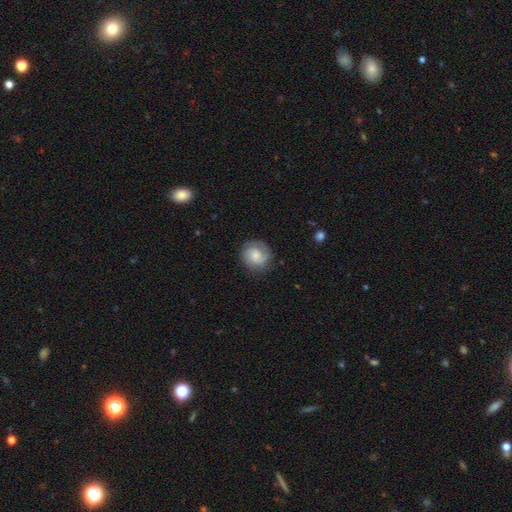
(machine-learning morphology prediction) featured or disk 60%, smooth 33%, star or artifact 7%. Down the decision tree: edge-on disk — no (98%); bar — no (65%); spiral arms — yes (93%); spiral arm count — 2 (63%); spiral winding — tight (57%); bulge size — small (42%); merging — none (80%).